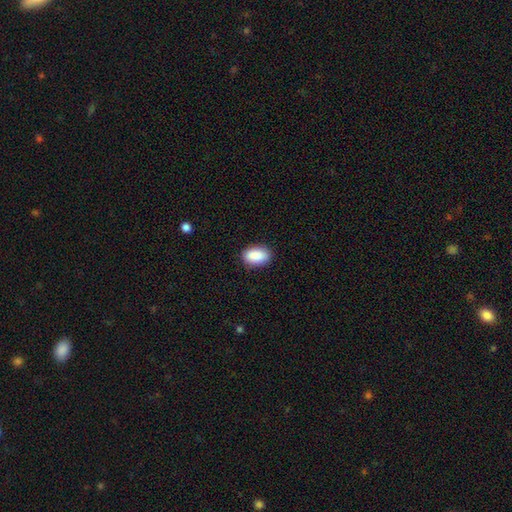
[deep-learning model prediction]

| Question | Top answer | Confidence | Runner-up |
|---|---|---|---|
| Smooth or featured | smooth | 90% | star or artifact (7%) |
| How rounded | in between | 91% | round (7%) |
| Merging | none | 87% | minor disturbance (9%) |